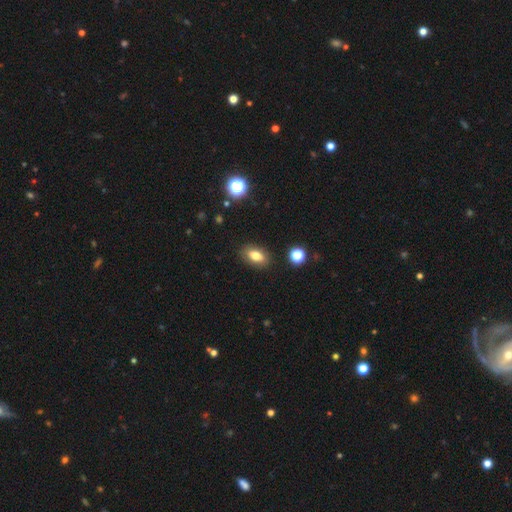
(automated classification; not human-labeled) Smooth or featured? Predicted: smooth (p=0.79). How rounded? Predicted: in between (p=0.87). Merging? Predicted: none (p=0.86).